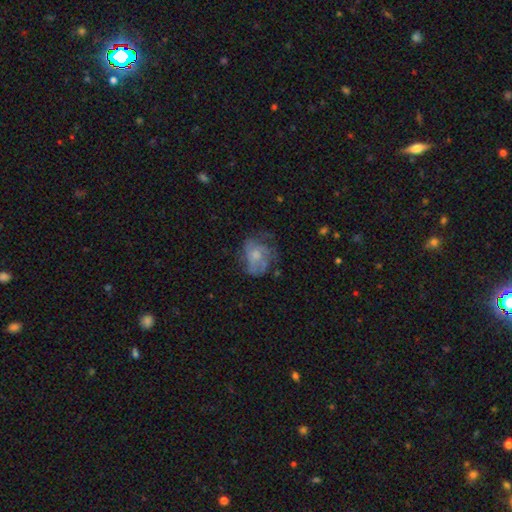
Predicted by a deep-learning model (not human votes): The model was most divided on "spiral arms": yes: 55%, no: 45%. Remaining: edge-on disk — no (98%); bar — no (82%); smooth or featured — featured or disk (52%); bulge size — moderate (47%); merging — none (47%).